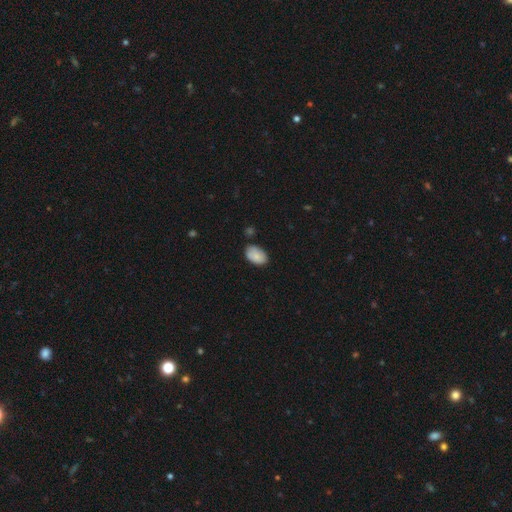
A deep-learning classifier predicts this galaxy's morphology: Smooth or featured? smooth (86%)
How rounded? in between (92%)
Merging? none (74%)